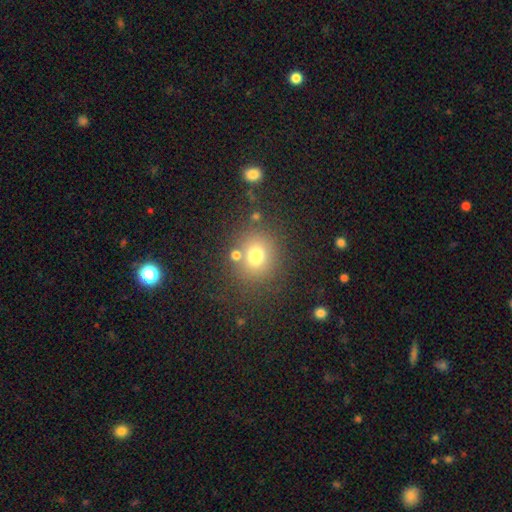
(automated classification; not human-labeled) Smooth or featured: smooth — 72% (star or artifact — 17%)
How rounded: round — 81% (in between — 18%)
Merging: none — 74% (minor disturbance — 11%)